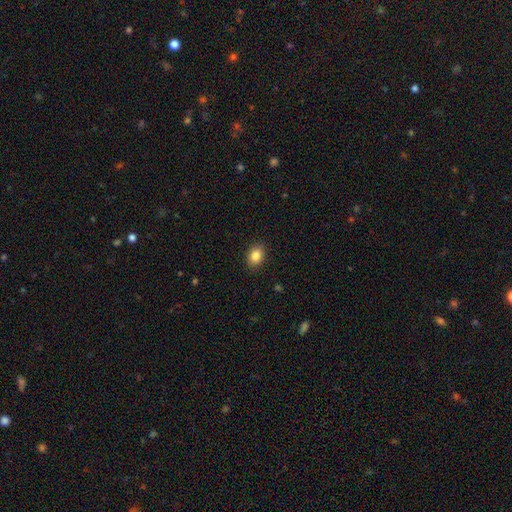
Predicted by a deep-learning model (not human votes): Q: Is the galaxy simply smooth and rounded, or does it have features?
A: smooth — 86%.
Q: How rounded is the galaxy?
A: in between — 70%.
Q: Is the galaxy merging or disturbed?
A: none — 89%.